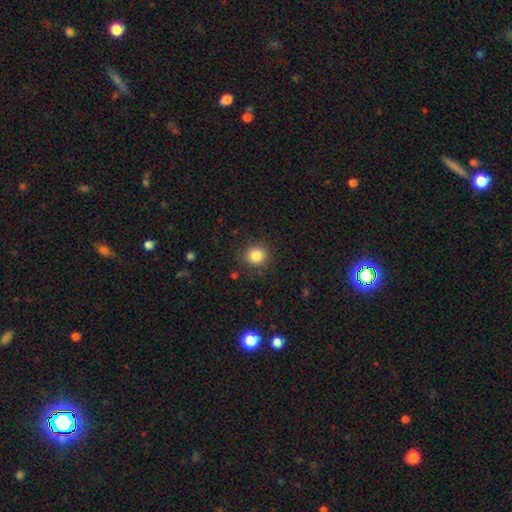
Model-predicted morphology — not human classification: Overall: smooth (85%). How rounded: round (89%). Merging: none (87%).